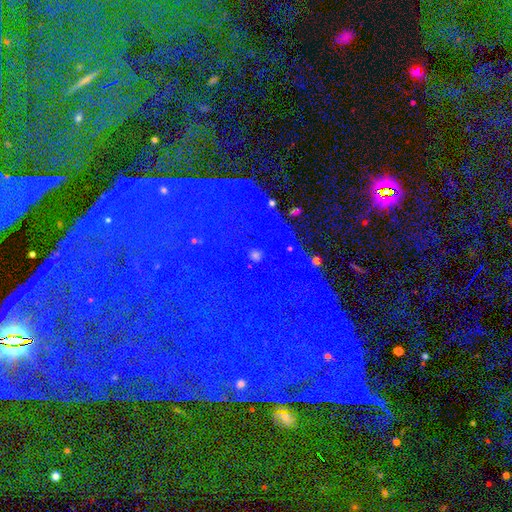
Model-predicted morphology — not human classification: Q: Smooth or featured?
A: star or artifact (76%); runner-up: smooth (13%)